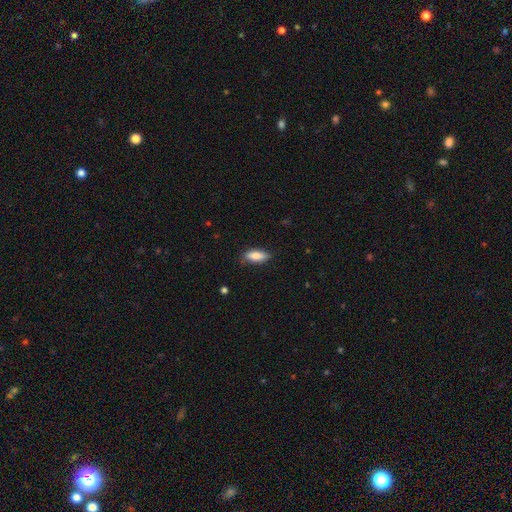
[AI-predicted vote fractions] Smooth or featured? Predicted: smooth (p=0.84). How rounded? Predicted: in between (p=0.79). Merging? Predicted: none (p=0.80).